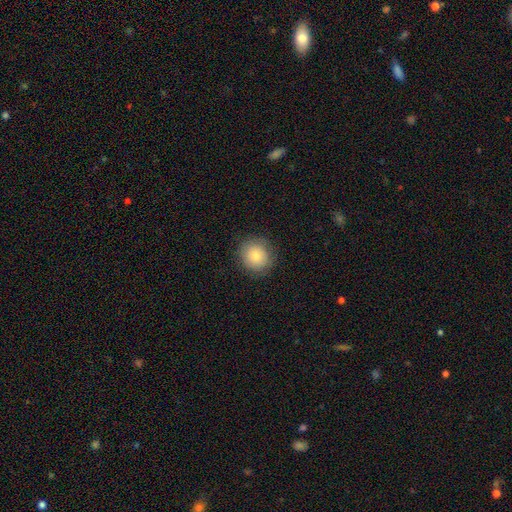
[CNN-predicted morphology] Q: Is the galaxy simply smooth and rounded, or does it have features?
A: smooth — 81%.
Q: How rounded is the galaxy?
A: round — 91%.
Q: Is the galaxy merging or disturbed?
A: none — 87%.